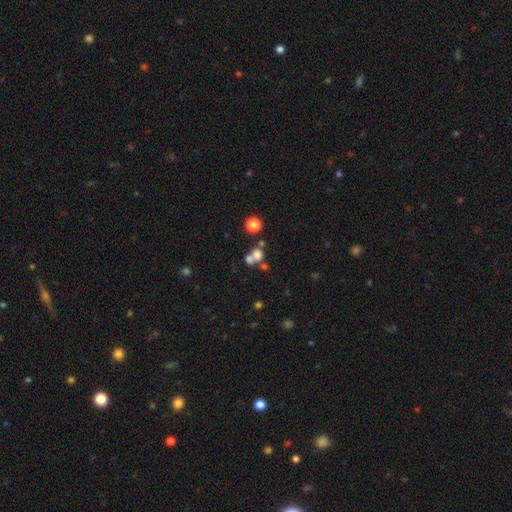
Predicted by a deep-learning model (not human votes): This appears to be a smooth galaxy with no disk features (65%) that is round (67%). Merging: merger (52%).